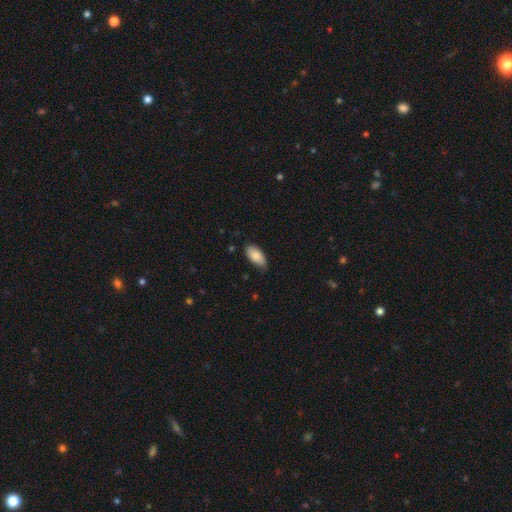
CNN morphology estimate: Smooth or featured? smooth (87%)
How rounded? in between (93%)
Merging? none (74%)